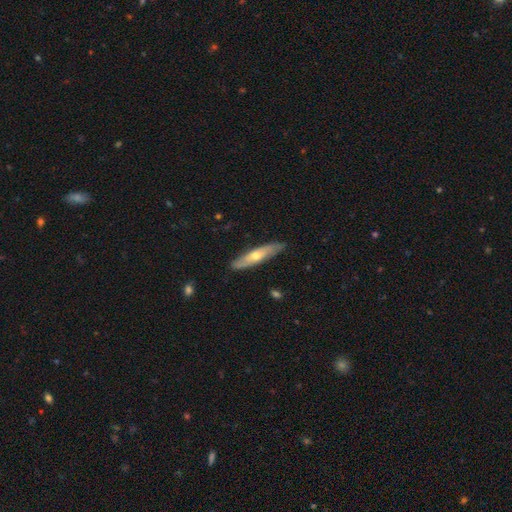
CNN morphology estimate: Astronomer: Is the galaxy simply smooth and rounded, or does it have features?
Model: featured or disk — 51% (runner-up: smooth, 43%).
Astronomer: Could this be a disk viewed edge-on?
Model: yes — 73%.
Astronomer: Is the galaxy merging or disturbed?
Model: none — 86%.